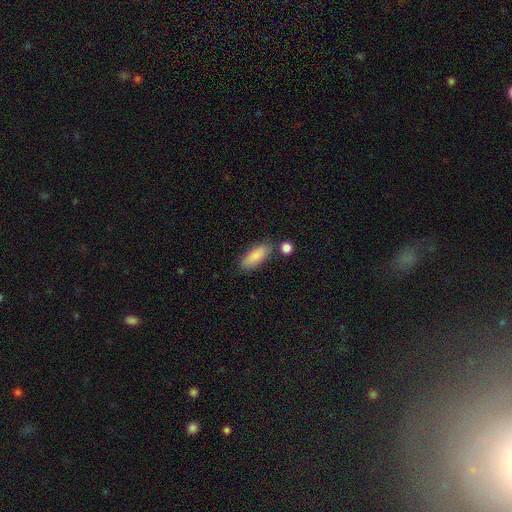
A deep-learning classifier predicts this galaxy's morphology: The model was most divided on "how rounded": in between: 71%, cigar-shaped: 26%, round: 2%. More confident: smooth or featured — smooth (85%); merging — none (77%).